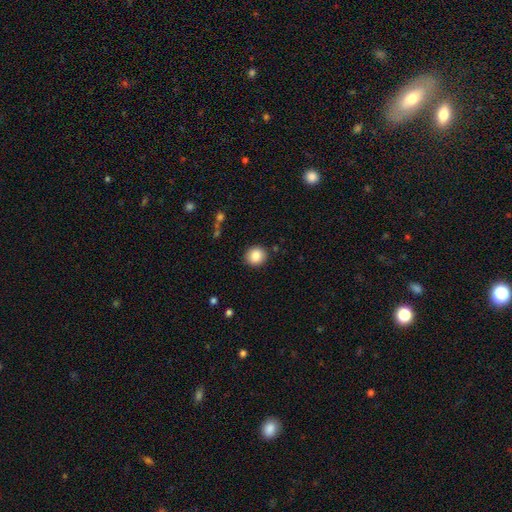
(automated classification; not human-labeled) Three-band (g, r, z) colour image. It shows a smooth galaxy with no disk features (86%) that is round (87%). Merging: none (89%).